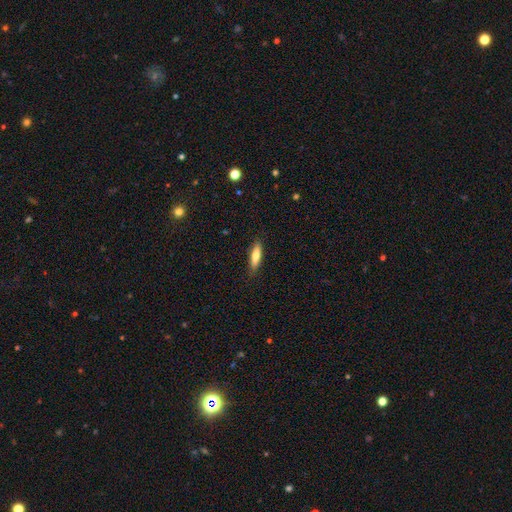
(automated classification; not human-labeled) smooth 73%, featured or disk 21%, star or artifact 6%. Down the decision tree: how rounded — cigar-shaped (67%); merging — none (85%).